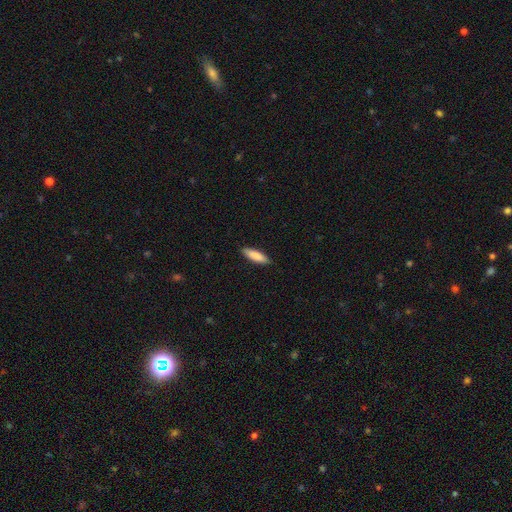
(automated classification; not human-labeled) This is clearly a smooth galaxy (86%). How rounded: likely cigar-shaped (60%). Merging: clearly none (88%).